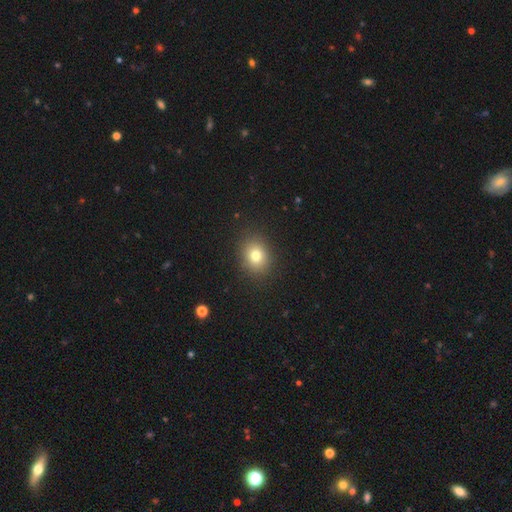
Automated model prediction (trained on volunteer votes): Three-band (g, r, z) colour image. It shows a smooth galaxy with no disk features (78%) that is round (61%). Merging: none (89%).